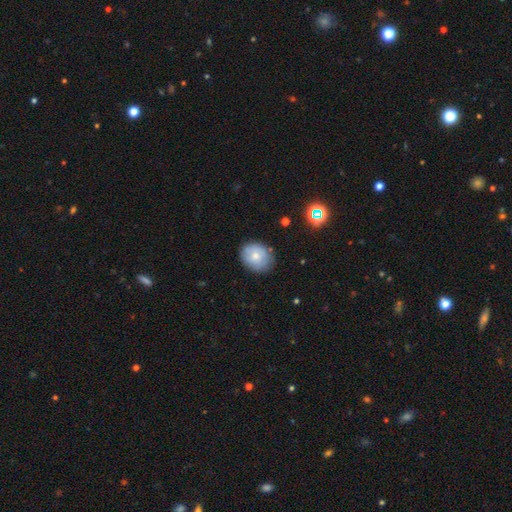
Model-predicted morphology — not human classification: smooth-or-featured: smooth: 65% | featured or disk: 27% | star or artifact: 9%
  how-rounded: round: 62% | in between: 37% | cigar-shaped: 1%
  merging: none: 77% | minor disturbance: 18% | major disturbance: 4% | merger: 2%